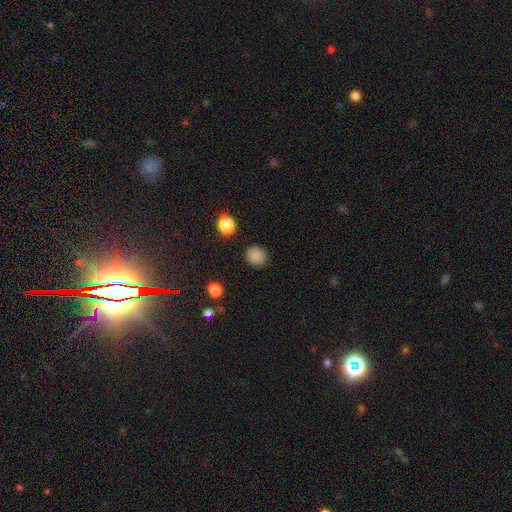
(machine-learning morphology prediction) This appears to be a smooth galaxy with no disk features (86%) that is round (79%). Merging: none (89%).